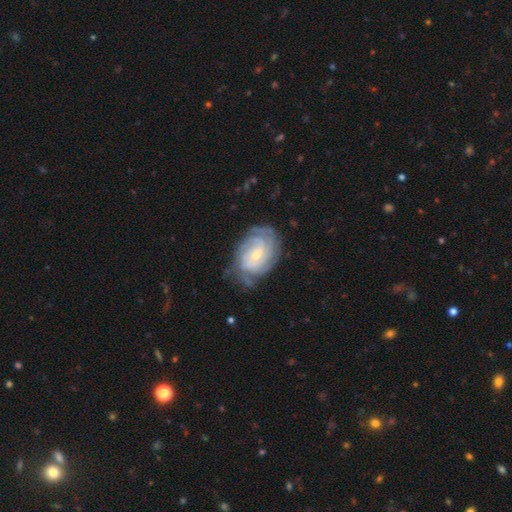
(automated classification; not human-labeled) This is clearly a featured or disk galaxy (84%). It is clearly not viewed edge-on (97%). Bar: likely no (63%). Spiral arm pattern: clearly yes (96%). Spiral arm count: marginally can't tell (36%). Spiral winding: likely tight (71%). Central bulge: likely small (69%). Merging: likely none (67%).